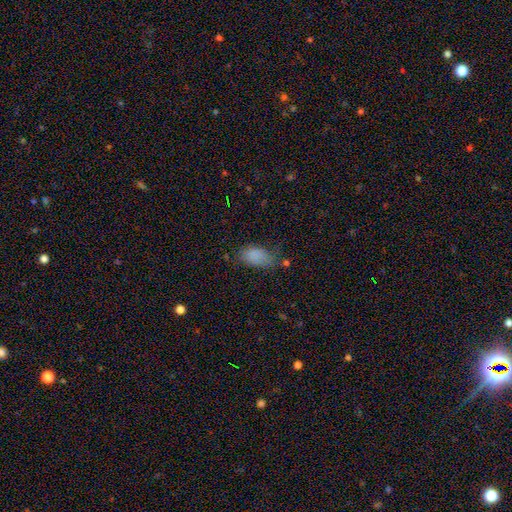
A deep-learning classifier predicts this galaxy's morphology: Smooth or featured?
  - smooth: 82% *
  - star or artifact: 11%
  - featured or disk: 8%
How rounded?
  - in between: 92% *
  - round: 5%
  - cigar-shaped: 3%
Merging?
  - none: 49% *
  - minor disturbance: 33%
  - major disturbance: 14%
  - merger: 4%